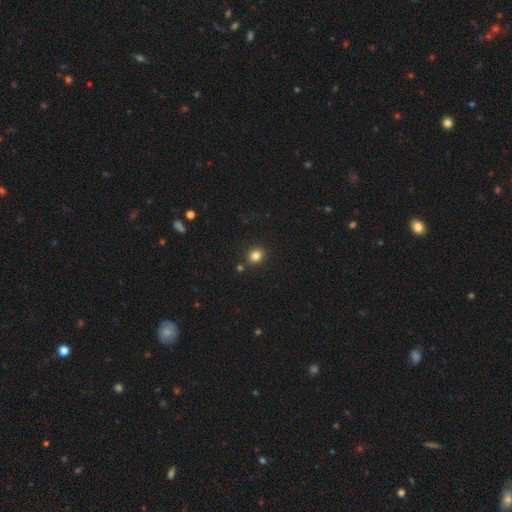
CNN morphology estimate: Smooth or featured?
  - smooth: 82% *
  - star or artifact: 13%
  - featured or disk: 5%
How rounded?
  - round: 77% *
  - in between: 22%
  - cigar-shaped: 1%
Merging?
  - none: 87% *
  - minor disturbance: 7%
  - merger: 4%
  - major disturbance: 2%